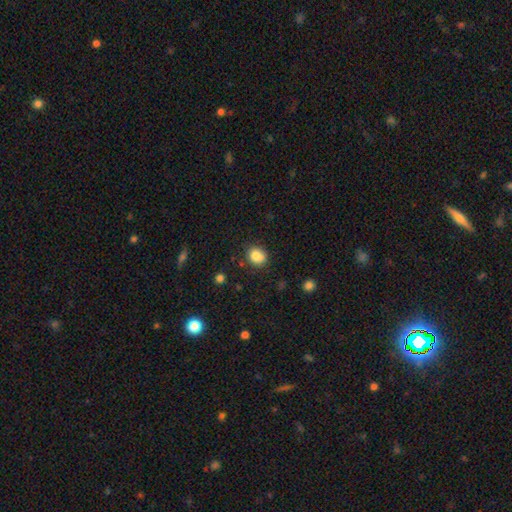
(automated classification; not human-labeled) A smooth galaxy with no disk features (83%) that is round (65%). Merging: none (75%).